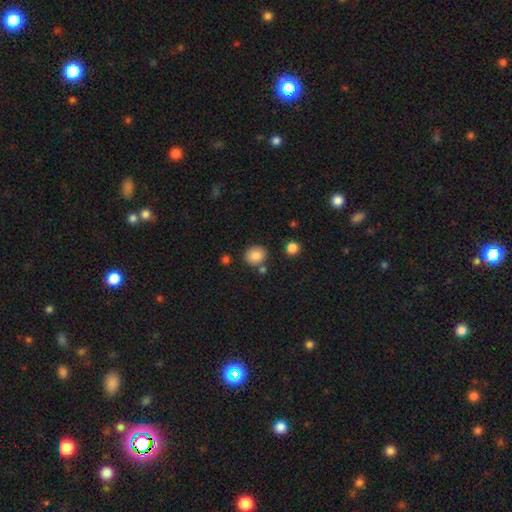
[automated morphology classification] Smooth or featured?
  - smooth: 85% *
  - star or artifact: 9%
  - featured or disk: 5%
How rounded?
  - round: 73% *
  - in between: 26%
  - cigar-shaped: 1%
Merging?
  - none: 78% *
  - minor disturbance: 11%
  - merger: 9%
  - major disturbance: 3%